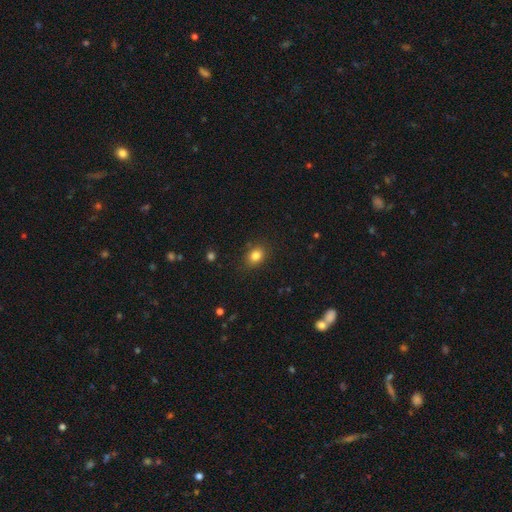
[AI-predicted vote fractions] smooth-or-featured: smooth: 83% | star or artifact: 11% | featured or disk: 6%
  how-rounded: in between: 61% | round: 38% | cigar-shaped: 1%
  merging: none: 85% | minor disturbance: 11% | major disturbance: 3% | merger: 1%